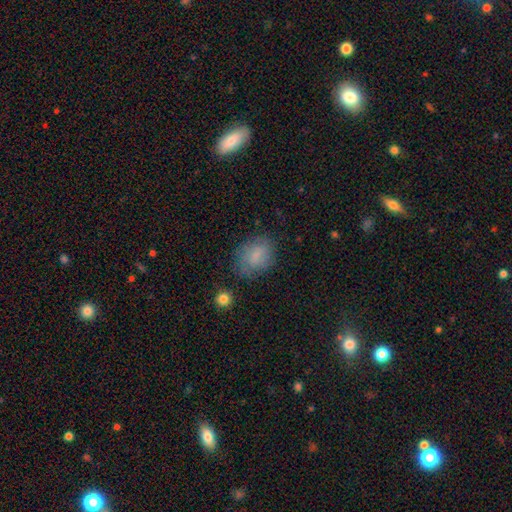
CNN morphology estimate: type=smooth (76%); roundness=in between (73%); merging=none (70%).